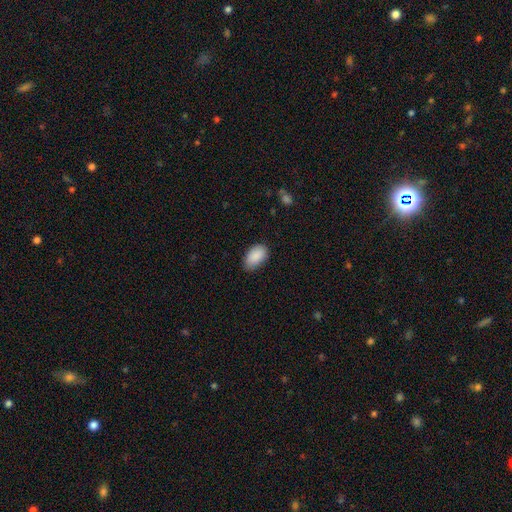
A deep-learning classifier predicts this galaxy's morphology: This appears to be a smooth galaxy with no disk features (89%) that is in between round and cigar-shaped (93%). Merging: none (74%).